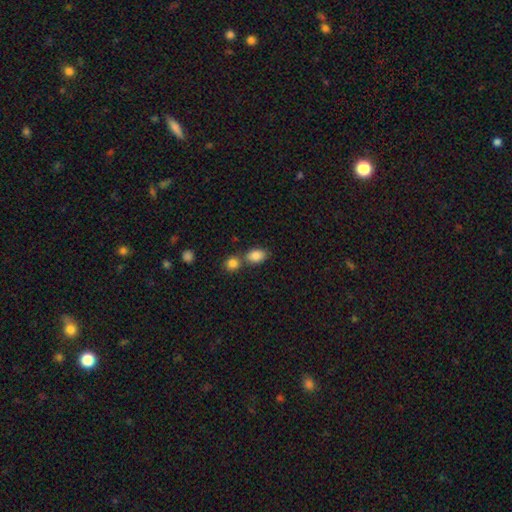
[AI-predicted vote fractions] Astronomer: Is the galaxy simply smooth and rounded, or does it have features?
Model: smooth — 85%.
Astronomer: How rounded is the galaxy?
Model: in between — 78%.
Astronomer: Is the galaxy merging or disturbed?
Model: none — 53% (runner-up: merger, 33%).